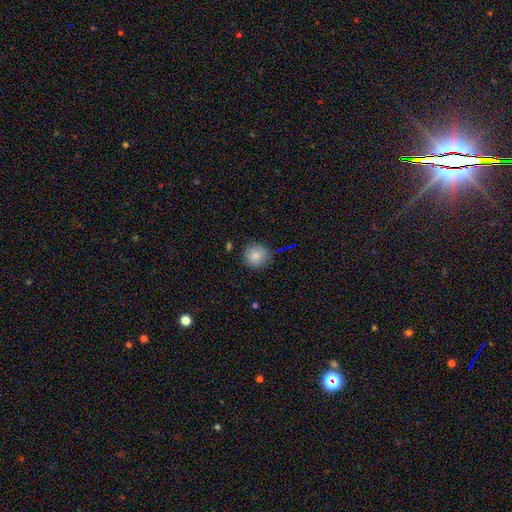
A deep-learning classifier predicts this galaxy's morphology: The model was most divided on "merging": none: 83%, minor disturbance: 12%, major disturbance: 3%, merger: 2%. More confident: how rounded — round (91%); smooth or featured — smooth (84%).